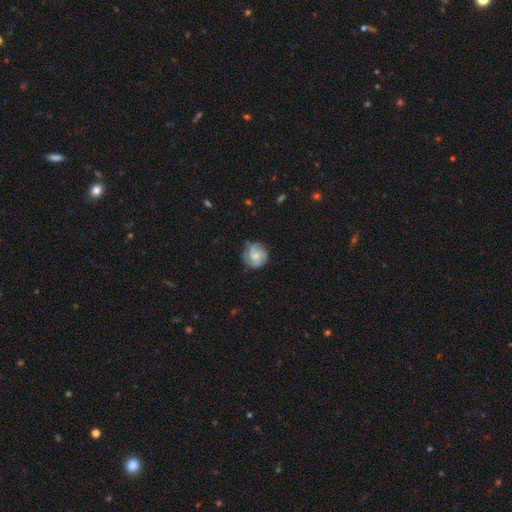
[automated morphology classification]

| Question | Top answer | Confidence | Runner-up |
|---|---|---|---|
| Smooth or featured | featured or disk | 51% | smooth (42%) |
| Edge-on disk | no | 98% | yes (2%) |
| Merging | none | 65% | minor disturbance (25%) |